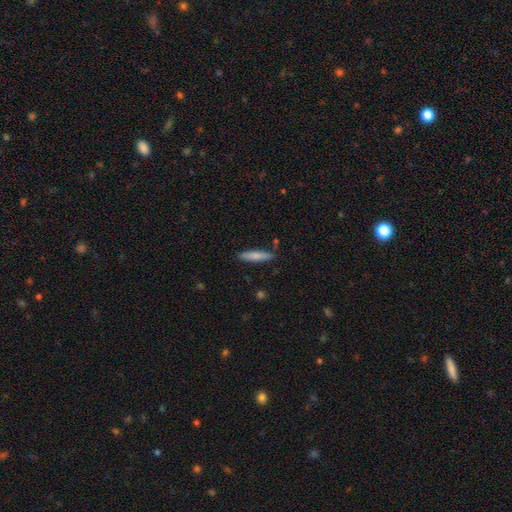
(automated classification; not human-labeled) Overall: smooth (77%). How rounded: cigar-shaped (85%). Merging: none (83%).